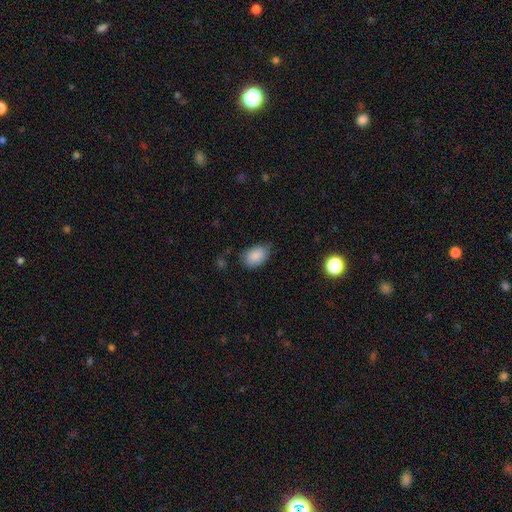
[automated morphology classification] This appears to be a smooth galaxy with no disk features (86%) that is in between round and cigar-shaped (88%). Merging: none (69%).